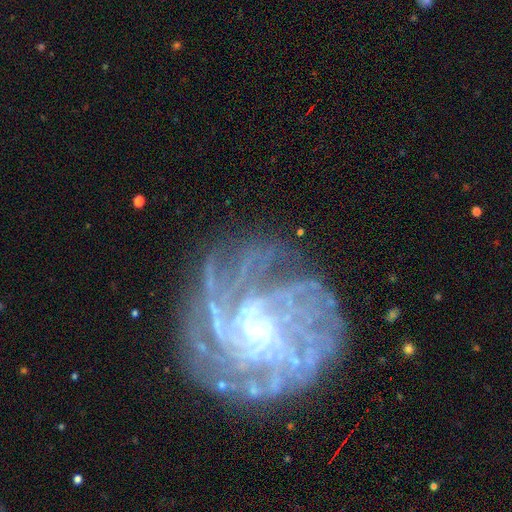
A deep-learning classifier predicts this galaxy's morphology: Overall: featured or disk (86%). Edge-on disk: no (97%). Bar: no (56%; weak 33%). Spiral arms: yes (97%). Spiral arm count: more than 4 (35%; can't tell 20%). Spiral winding: tight (64%; medium 28%). Bulge size: small (74%). Merging: none (71%).